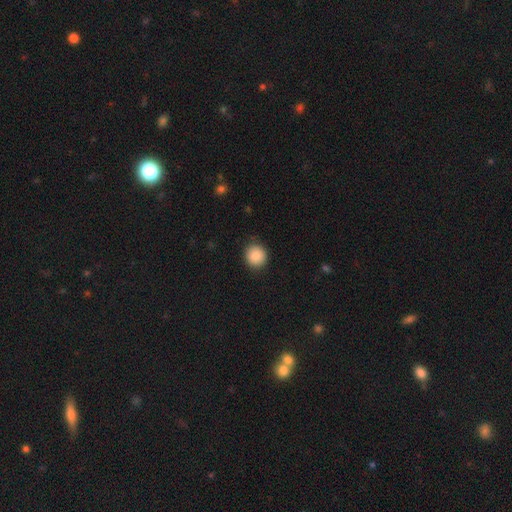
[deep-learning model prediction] Overall: smooth (87%). How rounded: round (91%). Merging: none (88%).